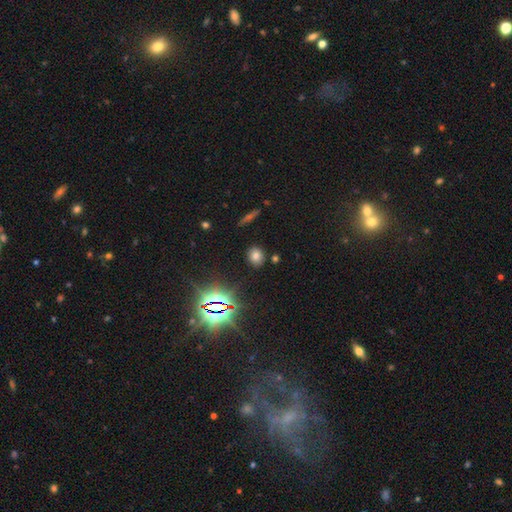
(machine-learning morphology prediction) smooth 69%, star or artifact 23%, featured or disk 8%. Down the decision tree: how rounded — round (64%); merging — none (87%).